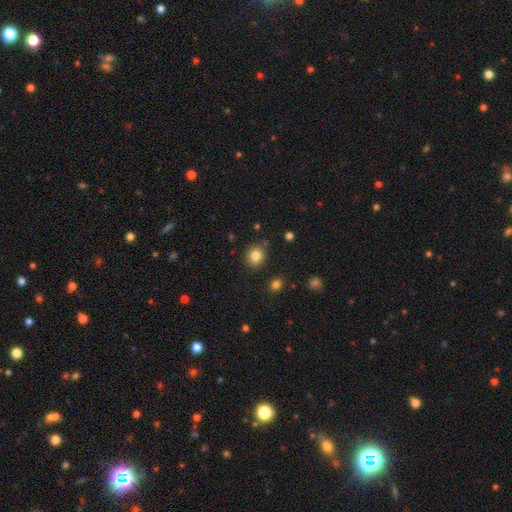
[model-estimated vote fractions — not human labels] A smooth galaxy with no disk features (83%) that is round (78%). Merging: none (84%).